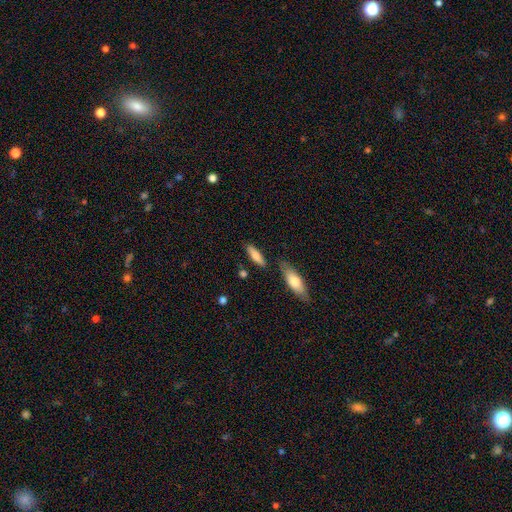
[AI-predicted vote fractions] The model was most divided on "how rounded": cigar-shaped: 53%, in between: 45%, round: 2%. More confident: smooth or featured — smooth (77%); merging — none (76%).